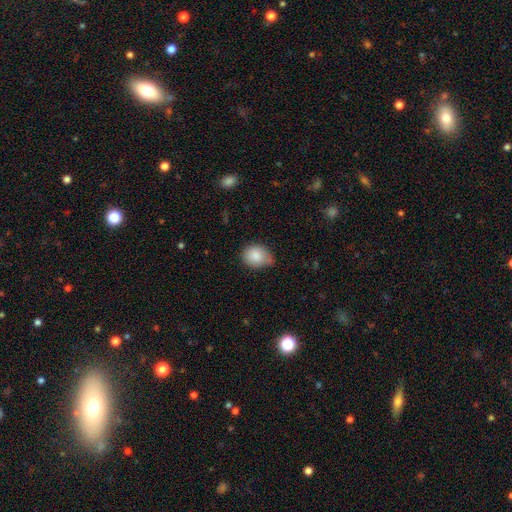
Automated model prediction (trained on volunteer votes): smooth-or-featured: smooth: 85% | star or artifact: 8% | featured or disk: 7%
  how-rounded: round: 54% | in between: 46% | cigar-shaped: 1%
  merging: none: 60% | minor disturbance: 31% | major disturbance: 5% | merger: 4%